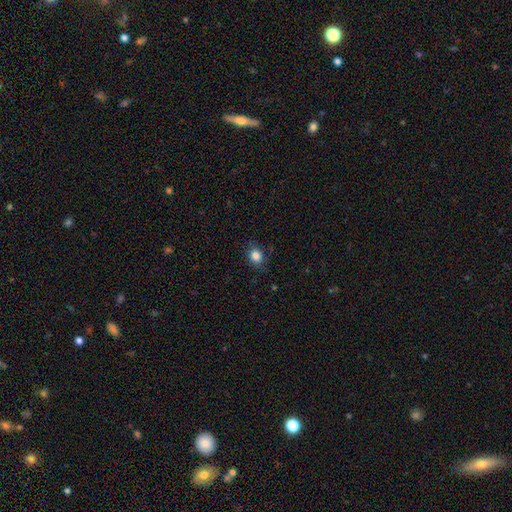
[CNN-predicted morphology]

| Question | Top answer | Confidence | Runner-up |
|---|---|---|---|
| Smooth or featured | smooth | 84% | star or artifact (11%) |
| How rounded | round | 57% | in between (42%) |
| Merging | none | 83% | minor disturbance (12%) |